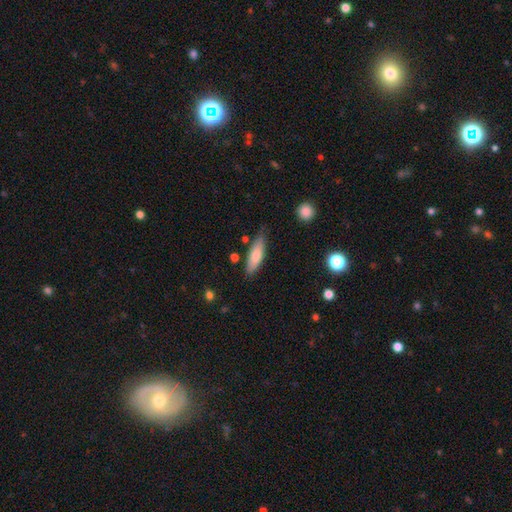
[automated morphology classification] This appears to be a smooth galaxy with no disk features (75%) that is cigar-shaped (51%). Merging: none (75%).